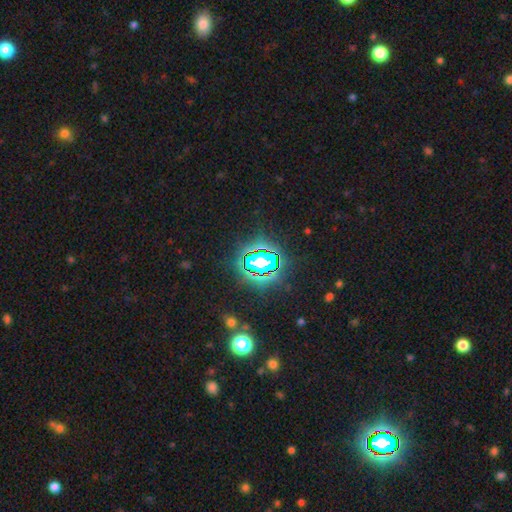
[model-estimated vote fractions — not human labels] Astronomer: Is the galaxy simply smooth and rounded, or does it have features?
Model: star or artifact — 80%.